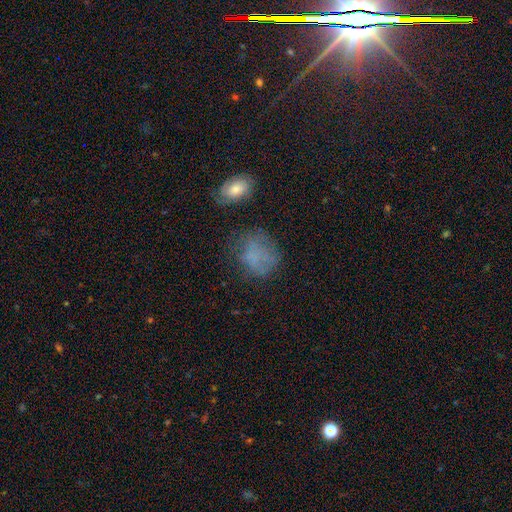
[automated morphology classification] The model was most divided on "how rounded": round: 59%, in between: 39%, cigar-shaped: 1%. More confident: smooth or featured — smooth (64%); merging — none (53%).